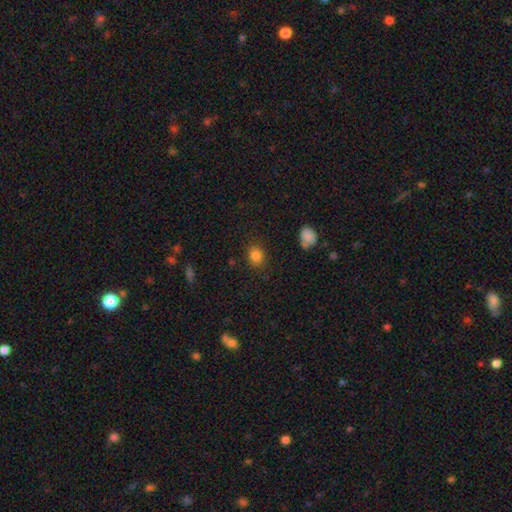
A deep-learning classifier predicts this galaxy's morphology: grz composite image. It shows a smooth galaxy with no disk features (83%) that is round (53%). Merging: none (82%).